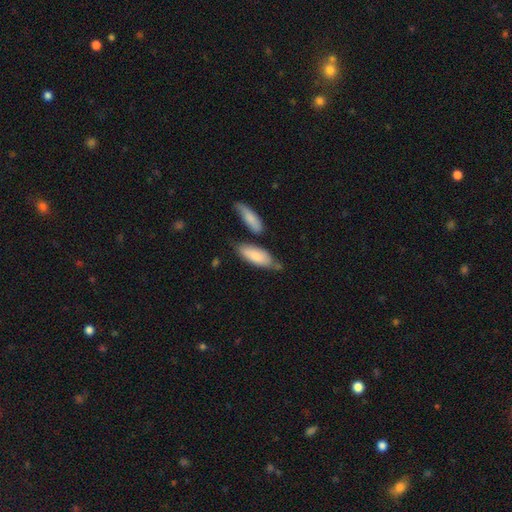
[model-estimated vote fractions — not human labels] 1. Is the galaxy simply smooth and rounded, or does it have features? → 81% smooth, 14% featured or disk, 5% star or artifact.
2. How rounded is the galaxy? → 74% in between, 24% cigar-shaped, 2% round.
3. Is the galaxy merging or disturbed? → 59% none, 21% minor disturbance, 15% merger, 5% major disturbance.